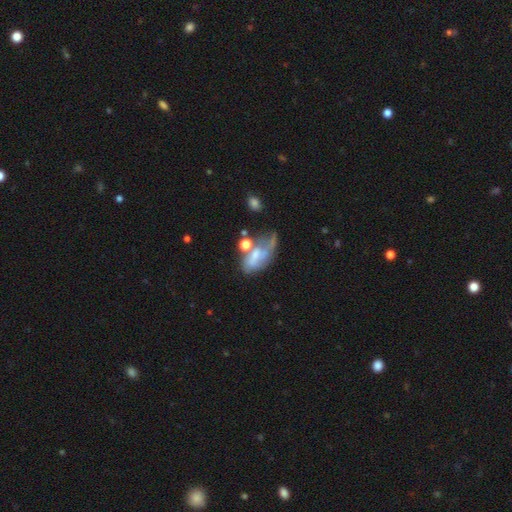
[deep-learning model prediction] Q: Smooth or featured?
A: featured or disk (48%); runner-up: smooth (40%)
Q: Merging?
A: major disturbance (35%); runner-up: merger (22%)